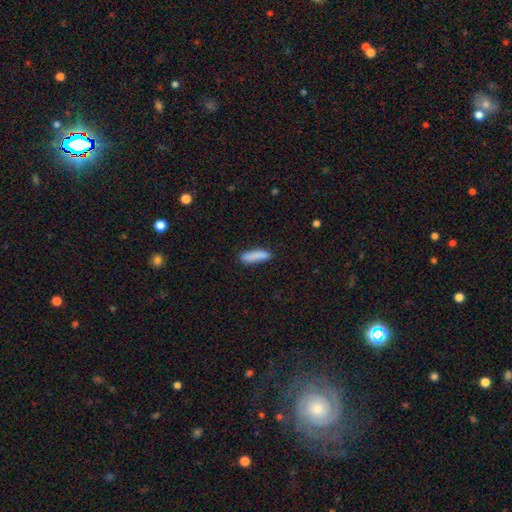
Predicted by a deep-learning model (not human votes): A smooth galaxy with no disk features (86%) that is cigar-shaped (72%).

Vote fractions:
- Smooth or featured? smooth: 86% / featured or disk: 7% / star or artifact: 6%
- How rounded? cigar-shaped: 72% / in between: 27% / round: 2%
- Merging? none: 83% / minor disturbance: 12% / major disturbance: 3% / merger: 2%